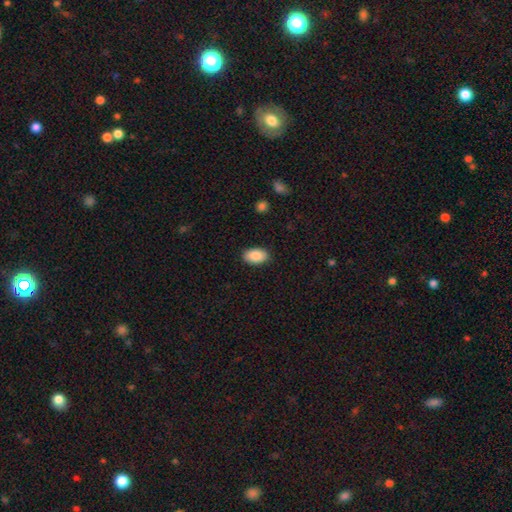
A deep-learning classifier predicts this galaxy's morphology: The model was most divided on "merging": none: 88%, minor disturbance: 9%, major disturbance: 2%, merger: 1%. More confident: how rounded — in between (93%); smooth or featured — smooth (89%).